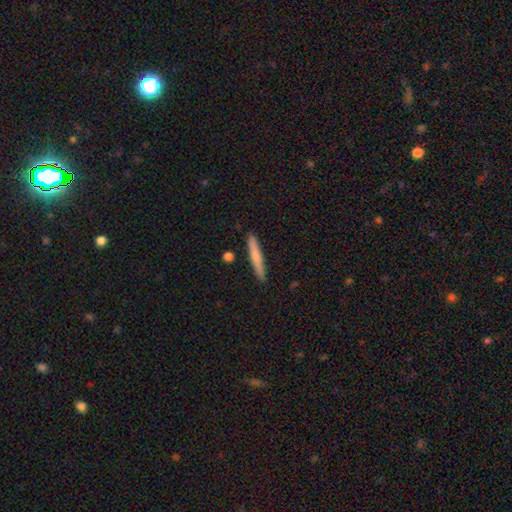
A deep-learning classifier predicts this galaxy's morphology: type=smooth (72%); roundness=cigar-shaped (95%); merging=none (88%).